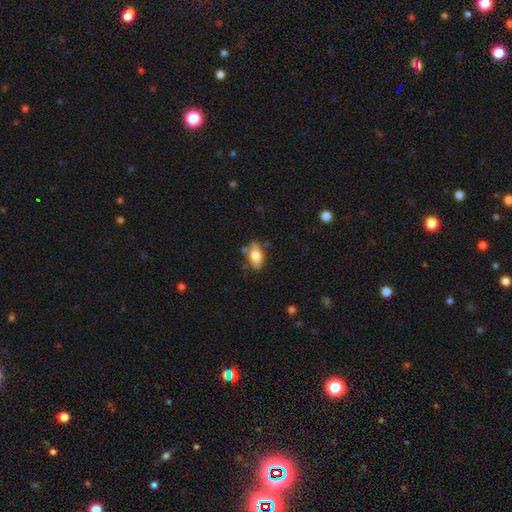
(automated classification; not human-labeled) Smooth or featured? smooth (76%)
How rounded? in between (89%)
Merging? none (71%)